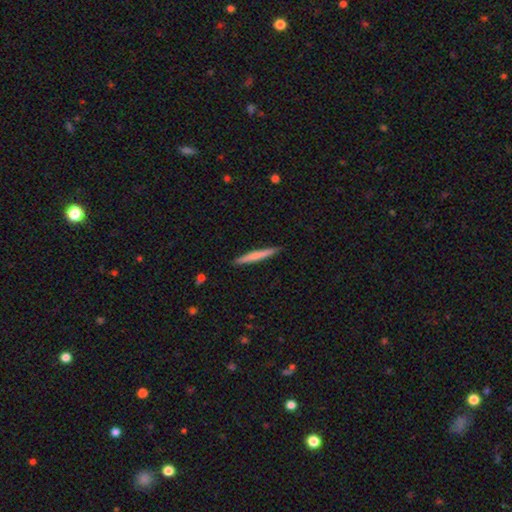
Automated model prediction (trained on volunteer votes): A smooth galaxy with no disk features (65%) that is cigar-shaped (97%). Merging: none (91%).